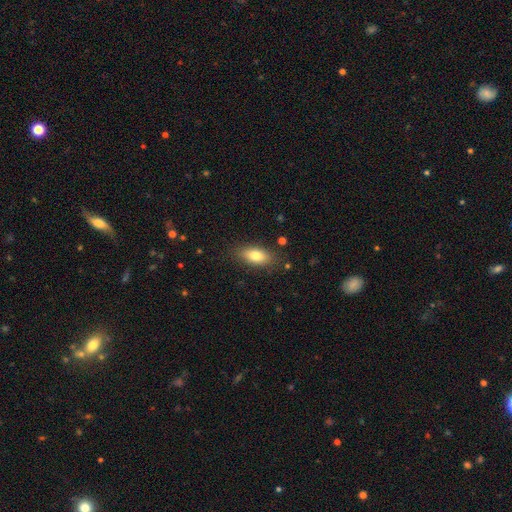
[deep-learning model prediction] This appears to be a smooth galaxy with no disk features (78%) that is in between round and cigar-shaped (83%). Merging: none (84%).